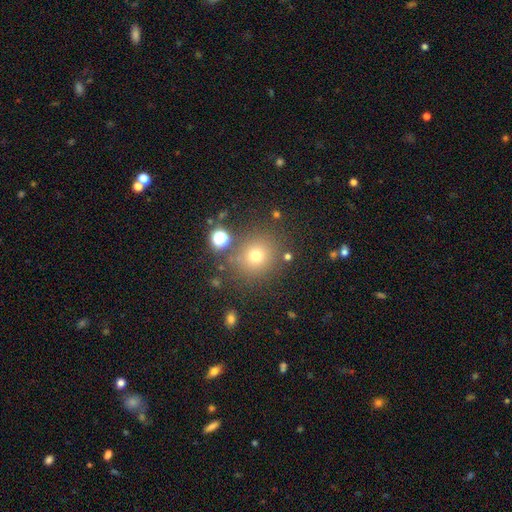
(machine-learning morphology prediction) smooth_or_featured: smooth (p=0.70) [alt: star or artifact p=0.20]
how_rounded: round (p=0.87) [alt: in between p=0.12]
merging: none (p=0.82) [alt: minor disturbance p=0.09]